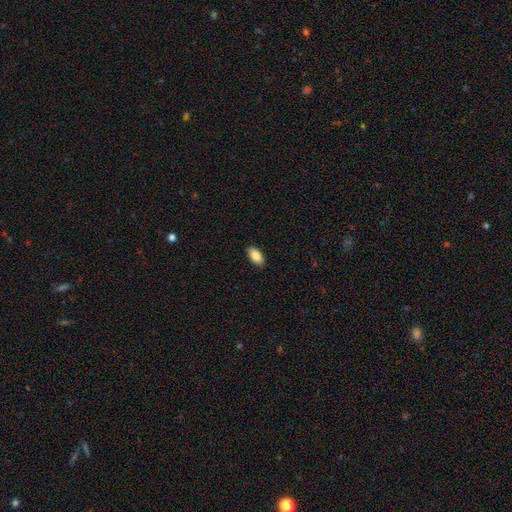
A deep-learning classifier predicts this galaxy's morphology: Smooth or featured?
  - smooth: 86% *
  - featured or disk: 7%
  - star or artifact: 7%
How rounded?
  - in between: 93% *
  - cigar-shaped: 4%
  - round: 3%
Merging?
  - none: 90% *
  - minor disturbance: 8%
  - major disturbance: 2%
  - merger: 1%